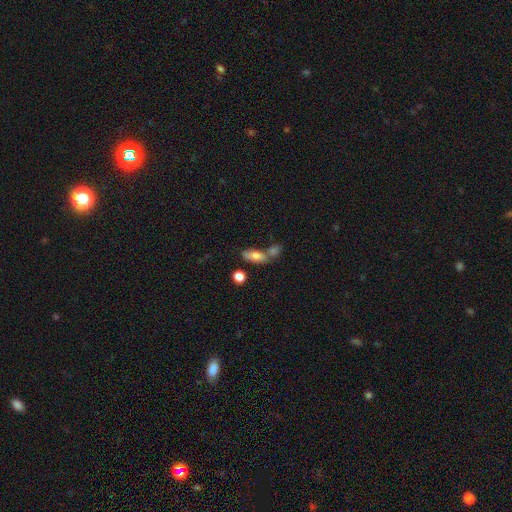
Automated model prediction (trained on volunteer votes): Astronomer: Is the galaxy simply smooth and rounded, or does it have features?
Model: smooth — 72%.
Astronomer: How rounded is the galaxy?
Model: in between — 76%.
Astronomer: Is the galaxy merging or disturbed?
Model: none — 46% (runner-up: merger, 33%).